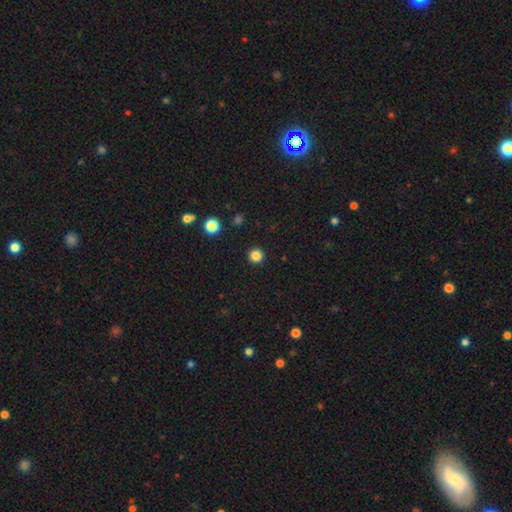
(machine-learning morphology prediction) Overall: smooth (84%). How rounded: round (96%). Merging: none (93%).